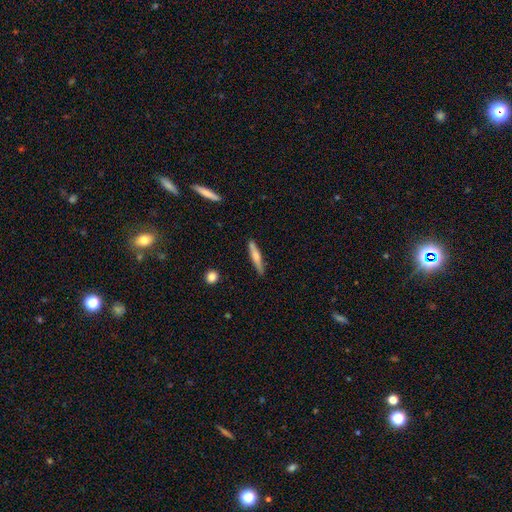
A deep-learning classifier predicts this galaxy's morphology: smooth 56%, featured or disk 39%, star or artifact 6%. Down the decision tree: how rounded — cigar-shaped (91%); merging — none (85%).